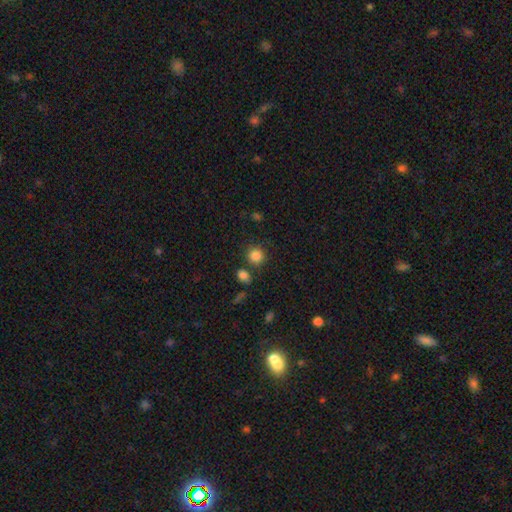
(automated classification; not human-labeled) smooth-or-featured: smooth: 85% | star or artifact: 11% | featured or disk: 5%
  how-rounded: round: 87% | in between: 12% | cigar-shaped: 1%
  merging: none: 76% | merger: 10% | minor disturbance: 10% | major disturbance: 4%